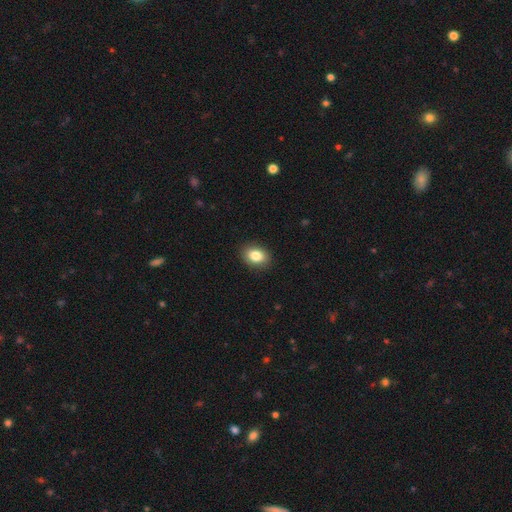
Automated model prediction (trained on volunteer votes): A smooth galaxy with no disk features (84%) that is in between round and cigar-shaped (75%). Merging: none (89%).